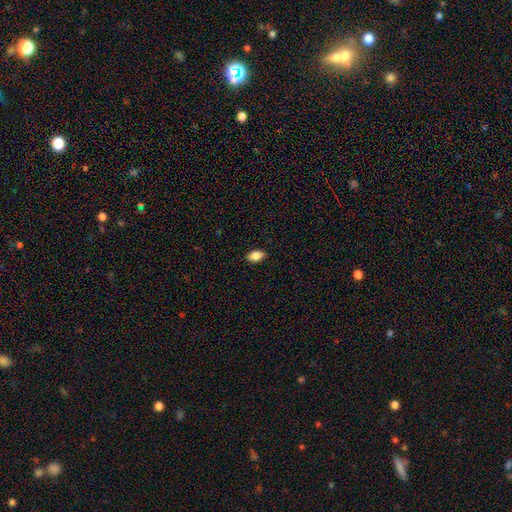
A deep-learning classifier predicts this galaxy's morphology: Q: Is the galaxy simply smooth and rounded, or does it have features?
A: smooth — 86%.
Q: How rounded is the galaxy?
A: in between — 91%.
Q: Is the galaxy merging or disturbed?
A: none — 88%.